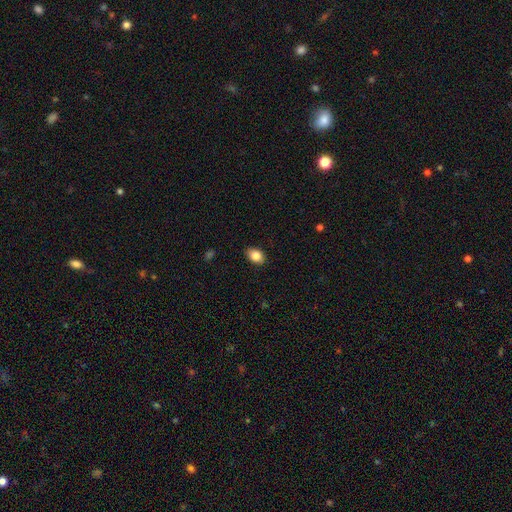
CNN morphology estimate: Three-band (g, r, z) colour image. It shows a smooth galaxy with no disk features (86%) that is in between round and cigar-shaped (77%). Merging: none (87%).